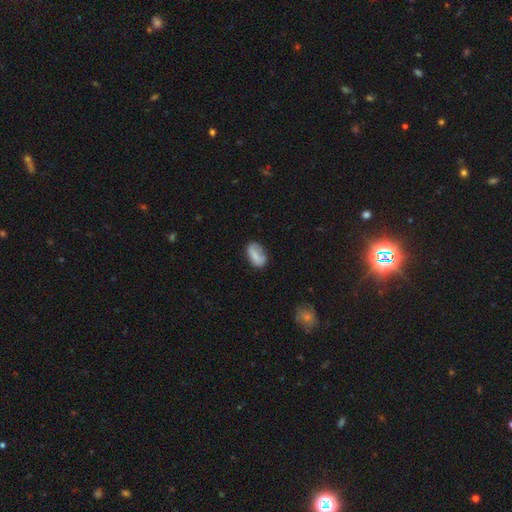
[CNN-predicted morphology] The model was most divided on "merging": none: 61%, minor disturbance: 27%, major disturbance: 10%, merger: 2%. More confident: how rounded — in between (90%); smooth or featured — smooth (75%).